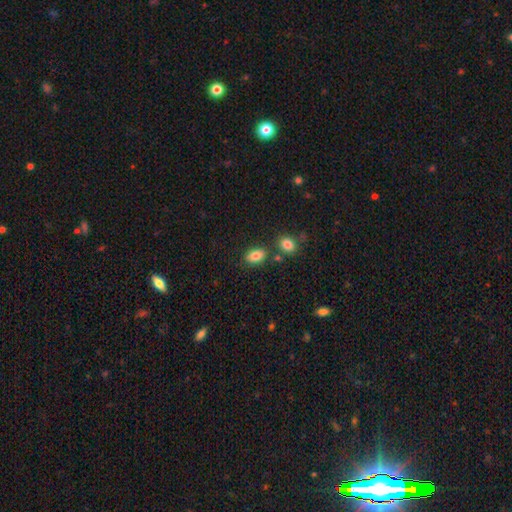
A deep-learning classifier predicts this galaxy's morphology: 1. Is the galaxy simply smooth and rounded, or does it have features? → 83% smooth, 9% featured or disk, 9% star or artifact.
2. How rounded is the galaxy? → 88% in between, 9% round, 3% cigar-shaped.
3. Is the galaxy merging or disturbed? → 75% none, 11% minor disturbance, 11% merger, 3% major disturbance.